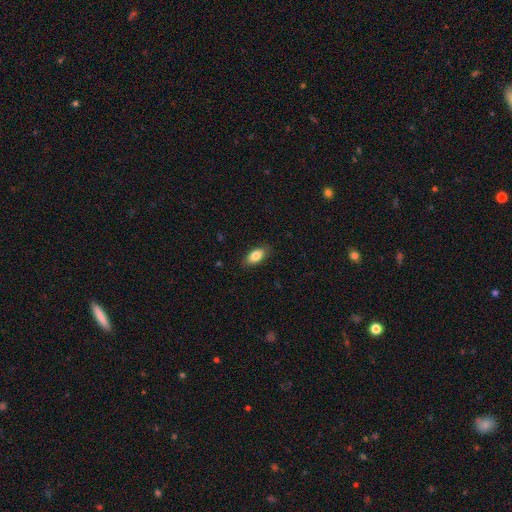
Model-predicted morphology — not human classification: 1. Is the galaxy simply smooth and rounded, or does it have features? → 83% smooth, 10% featured or disk, 7% star or artifact.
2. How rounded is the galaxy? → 90% in between, 5% round, 5% cigar-shaped.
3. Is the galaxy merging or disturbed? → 86% none, 11% minor disturbance, 2% major disturbance, 1% merger.